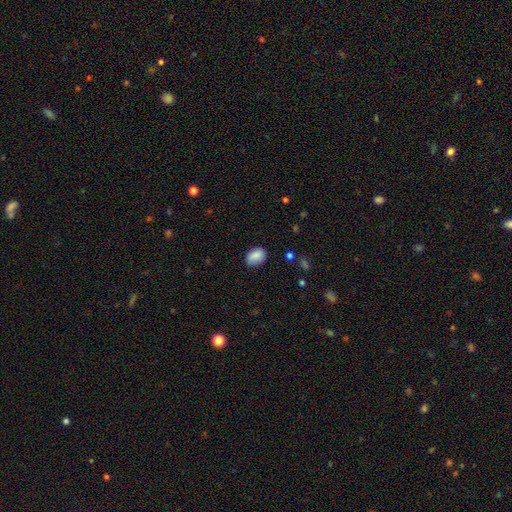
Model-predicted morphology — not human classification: smooth 86%, star or artifact 8%, featured or disk 6%. Down the decision tree: how rounded — in between (79%); merging — none (74%).